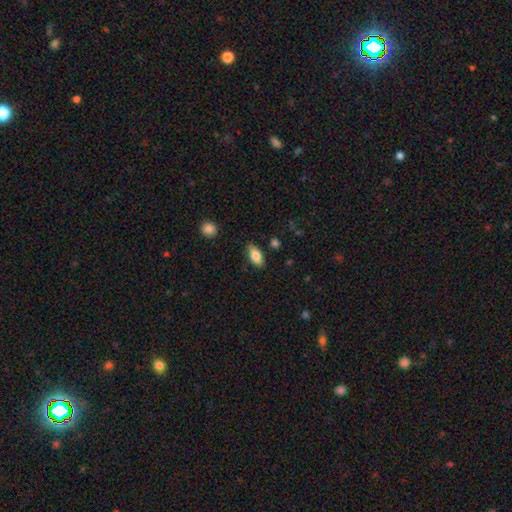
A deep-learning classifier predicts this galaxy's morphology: A smooth galaxy with no disk features (79%) that is in between round and cigar-shaped (87%).

Vote fractions:
- Smooth or featured? smooth: 79% / featured or disk: 15% / star or artifact: 7%
- How rounded? in between: 87% / cigar-shaped: 10% / round: 3%
- Merging? none: 84% / minor disturbance: 12% / major disturbance: 2% / merger: 2%